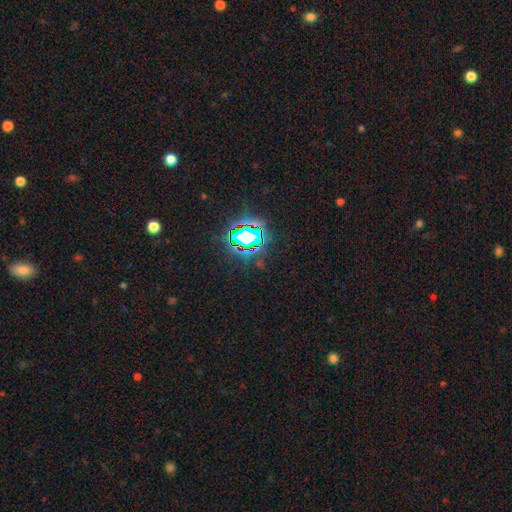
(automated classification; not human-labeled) A star or artifact, not a galaxy (81%).